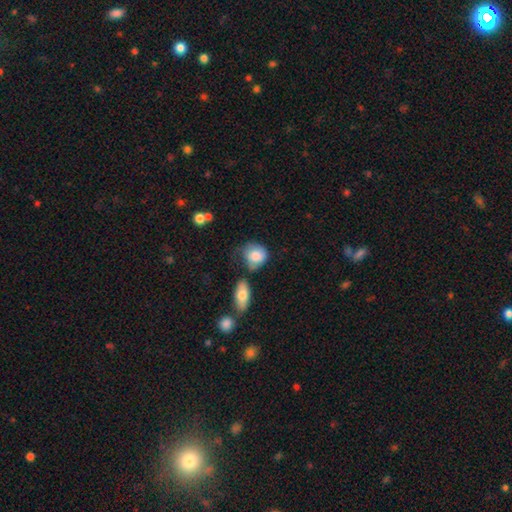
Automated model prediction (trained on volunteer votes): A smooth galaxy with no disk features (79%) that is round (62%). Merging: none (38%).